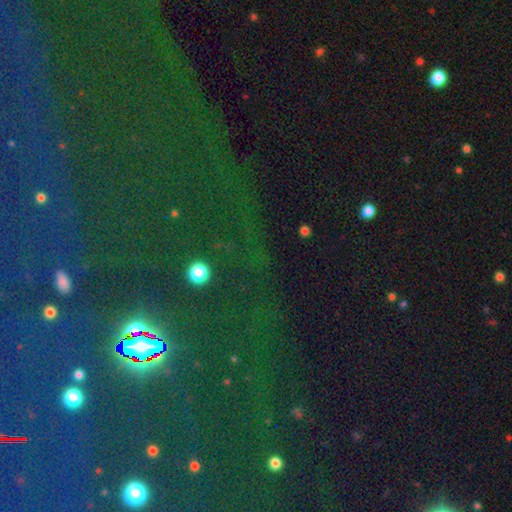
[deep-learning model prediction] Smooth or featured? star or artifact (81%)